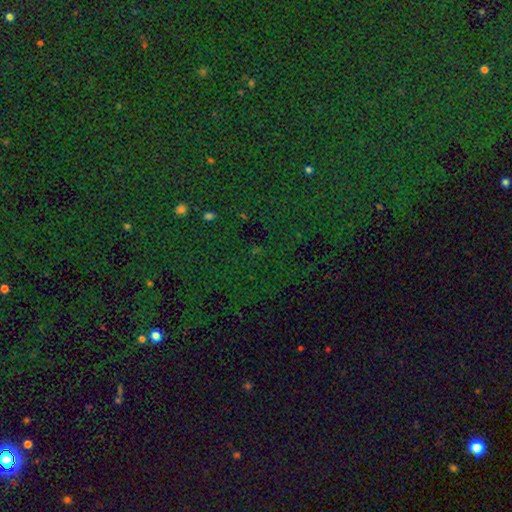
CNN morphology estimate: Smooth or featured?
  - star or artifact: 81% *
  - smooth: 11%
  - featured or disk: 7%